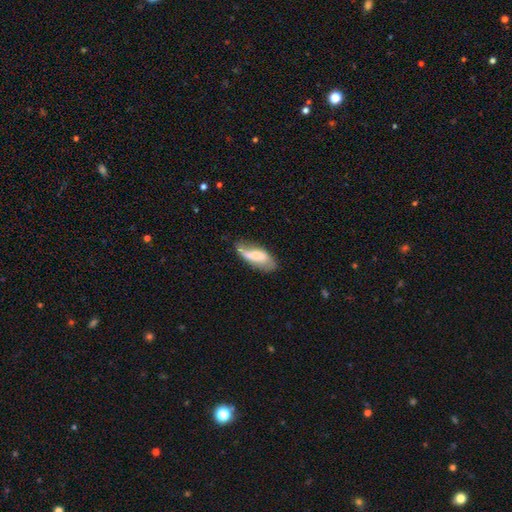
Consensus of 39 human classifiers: Smooth or featured?
  - smooth: 67% *
  - featured or disk: 26%
  - star or artifact: 8%
How rounded?
  - in between: 96% *
  - cigar-shaped: 4%
  - round: 0%
Merging?
  - none: 39% *
  - minor disturbance: 33%
  - major disturbance: 25%
  - merger: 3%